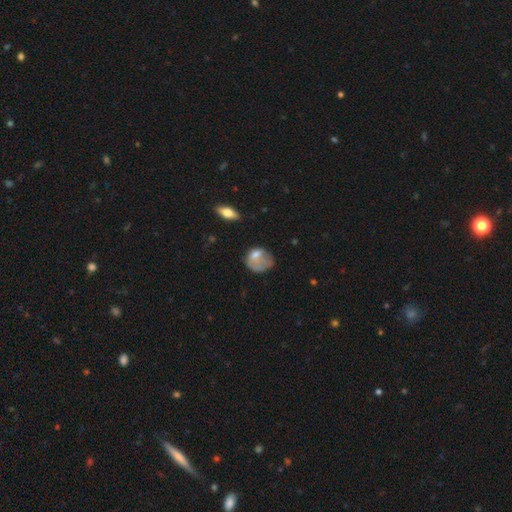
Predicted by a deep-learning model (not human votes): Smooth or featured: smooth — 64% (featured or disk — 27%)
How rounded: round — 51% (in between — 47%)
Merging: major disturbance — 36% (minor disturbance — 31%)